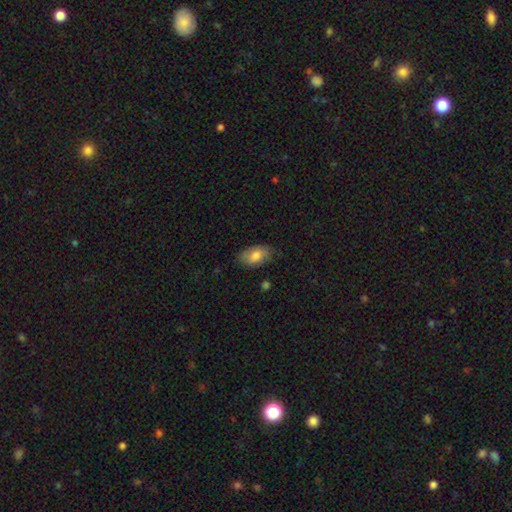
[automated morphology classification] Smooth or featured?
  - smooth: 77% *
  - featured or disk: 17%
  - star or artifact: 7%
How rounded?
  - in between: 93% *
  - round: 5%
  - cigar-shaped: 2%
Merging?
  - none: 77% *
  - minor disturbance: 18%
  - major disturbance: 3%
  - merger: 1%